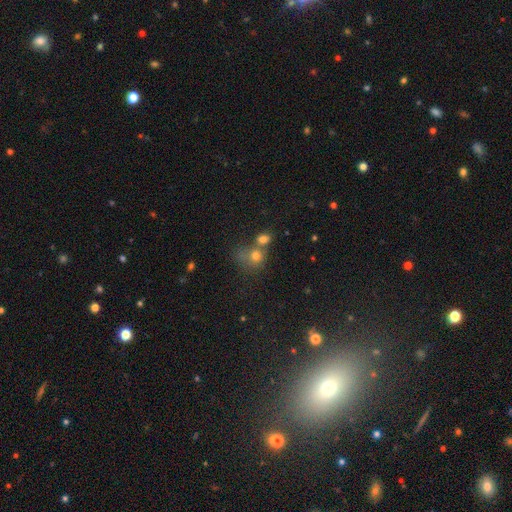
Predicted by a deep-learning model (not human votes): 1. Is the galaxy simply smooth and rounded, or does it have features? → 71% smooth, 15% star or artifact, 13% featured or disk.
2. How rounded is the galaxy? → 73% round, 26% in between, 1% cigar-shaped.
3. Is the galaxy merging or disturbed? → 50% merger, 32% none, 10% minor disturbance, 7% major disturbance.